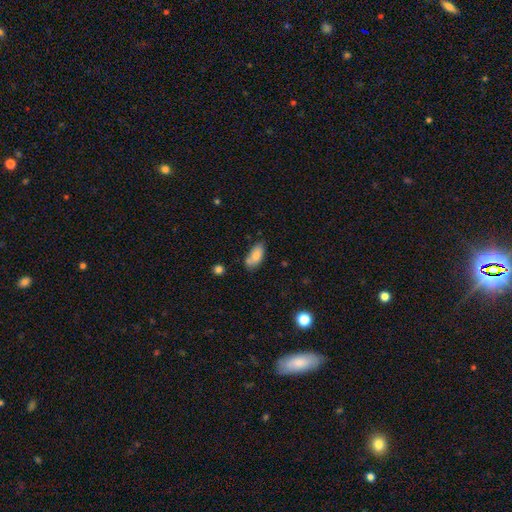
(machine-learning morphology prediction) Overall: smooth (79%). How rounded: in between (88%). Merging: none (61%; minor disturbance 23%).